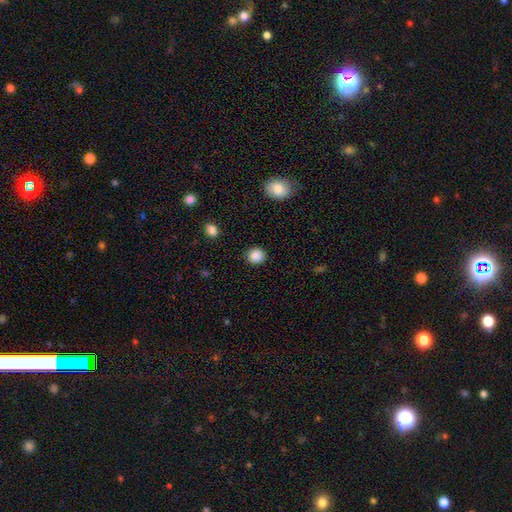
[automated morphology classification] This appears to be a smooth galaxy with no disk features (88%) that is round (84%). Merging: none (89%).